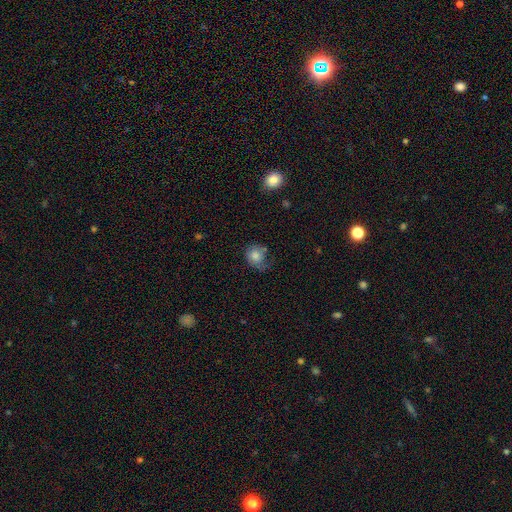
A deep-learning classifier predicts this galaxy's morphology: A smooth galaxy with no disk features (77%) that is round (70%). Merging: none (47%).